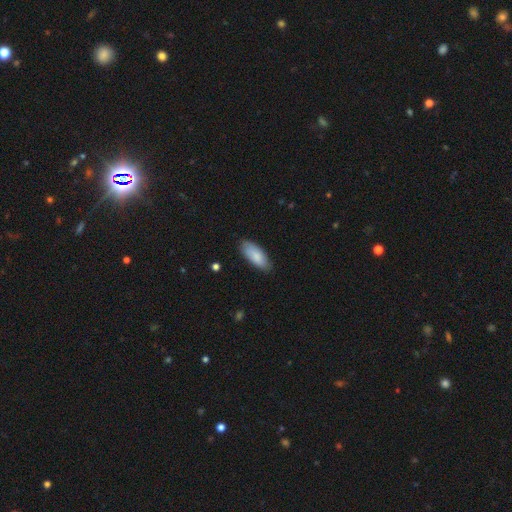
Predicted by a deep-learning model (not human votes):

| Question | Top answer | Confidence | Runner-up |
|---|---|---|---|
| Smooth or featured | smooth | 86% | featured or disk (8%) |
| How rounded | in between | 79% | cigar-shaped (19%) |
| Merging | none | 83% | minor disturbance (13%) |